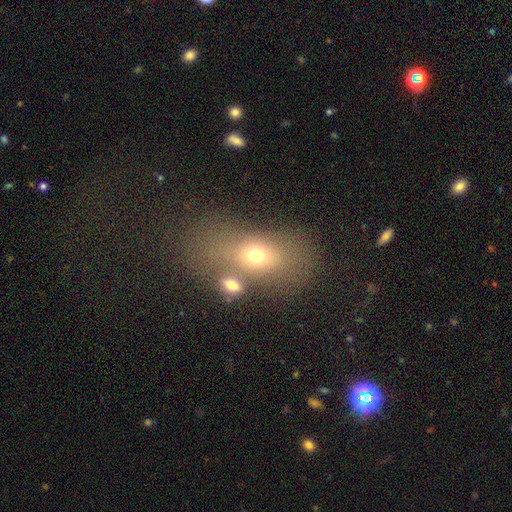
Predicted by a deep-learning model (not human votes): A smooth galaxy with no disk features (61%) that is in between round and cigar-shaped (75%).

Vote fractions:
- Smooth or featured? smooth: 61% / featured or disk: 23% / star or artifact: 16%
- How rounded? in between: 75% / round: 20% / cigar-shaped: 5%
- Merging? none: 40% / merger: 30% / minor disturbance: 16% / major disturbance: 14%